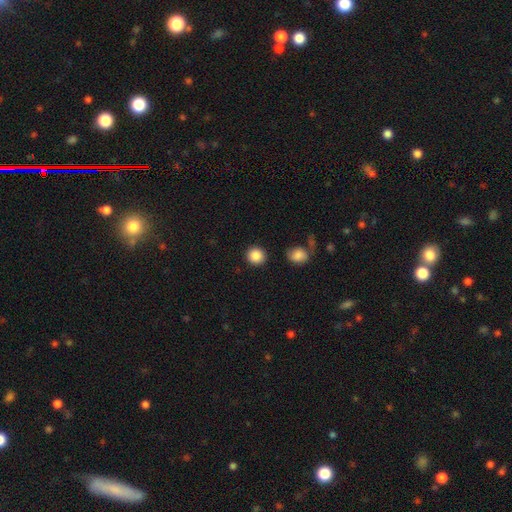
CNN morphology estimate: type=smooth (88%); roundness=round (91%); merging=none (88%).